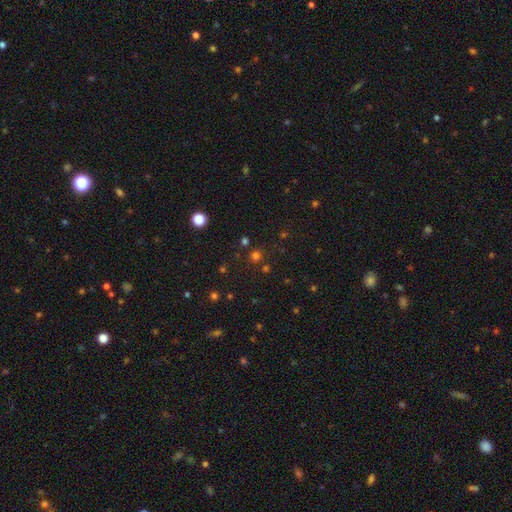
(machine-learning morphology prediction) Smooth or featured? Predicted: smooth (p=0.65). How rounded? Predicted: round (p=0.90). Merging? Predicted: none (p=0.84).